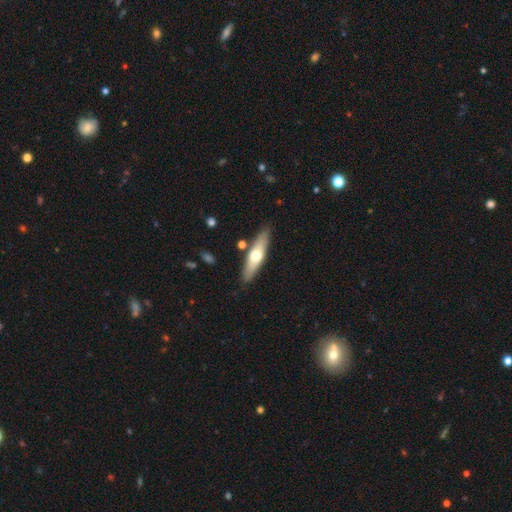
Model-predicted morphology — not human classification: type=smooth (49%); merging=none (85%).